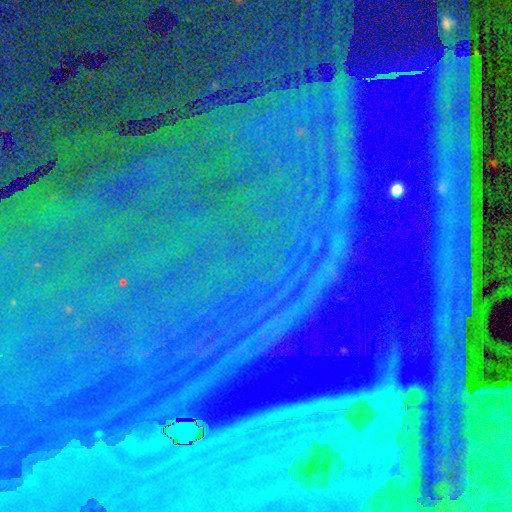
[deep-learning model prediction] Smooth or featured? star or artifact (88%)